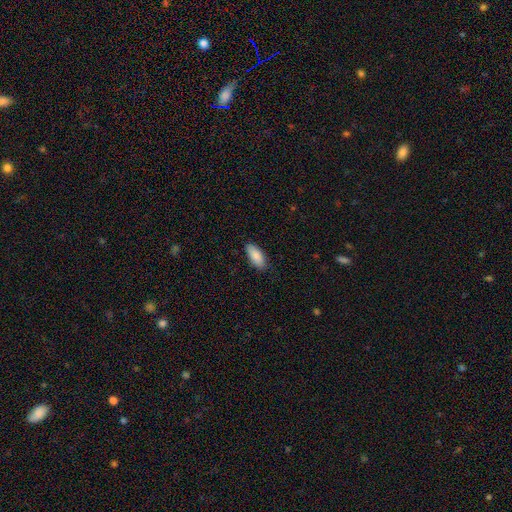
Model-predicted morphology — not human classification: smooth-or-featured: smooth: 88% | featured or disk: 6% | star or artifact: 6%
  how-rounded: in between: 87% | cigar-shaped: 11% | round: 2%
  merging: none: 86% | minor disturbance: 11% | major disturbance: 2% | merger: 1%